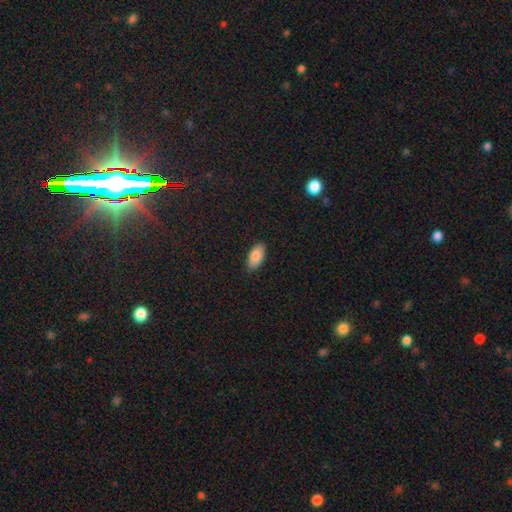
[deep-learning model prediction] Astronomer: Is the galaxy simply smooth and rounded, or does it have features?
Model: smooth — 87%.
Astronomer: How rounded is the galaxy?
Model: in between — 93%.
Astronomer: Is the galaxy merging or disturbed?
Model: none — 87%.